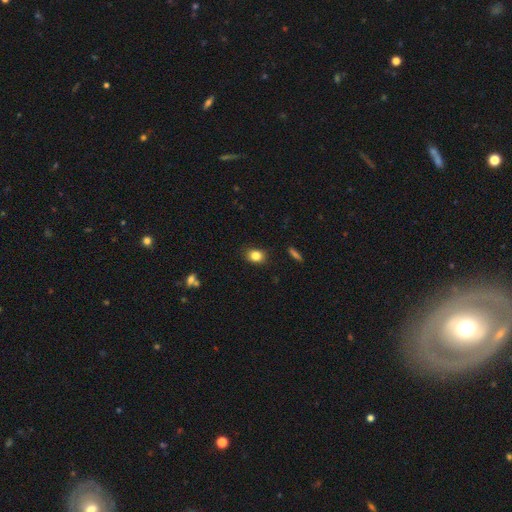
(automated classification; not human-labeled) smooth_or_featured: smooth (p=0.83) [alt: star or artifact p=0.11]
how_rounded: in between (p=0.50) [alt: round p=0.48]
merging: none (p=0.86) [alt: minor disturbance p=0.11]